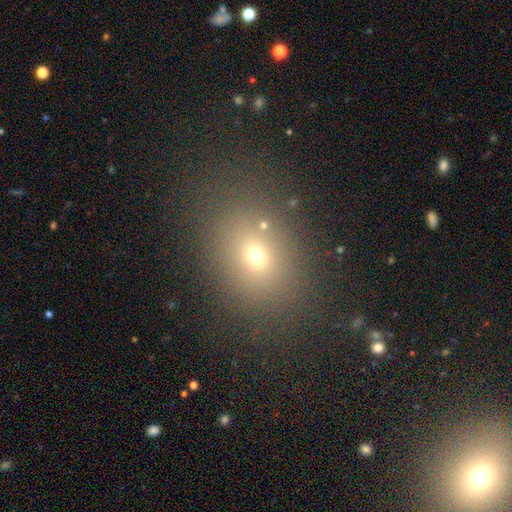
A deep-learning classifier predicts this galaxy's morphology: smooth-or-featured: smooth: 63% | star or artifact: 25% | featured or disk: 12%
  how-rounded: in between: 58% | round: 40% | cigar-shaped: 1%
  merging: none: 82% | minor disturbance: 10% | major disturbance: 5% | merger: 3%